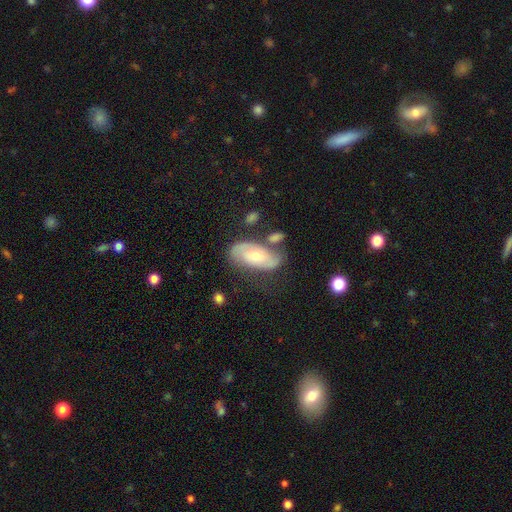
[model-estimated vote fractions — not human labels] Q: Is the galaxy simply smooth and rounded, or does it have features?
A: featured or disk — 61%.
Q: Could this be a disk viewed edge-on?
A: no — 91%.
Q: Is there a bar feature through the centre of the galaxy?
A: no — 70%.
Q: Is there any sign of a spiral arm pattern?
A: yes — 76%.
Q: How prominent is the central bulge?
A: moderate — 53%.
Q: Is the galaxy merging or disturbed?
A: none — 57%.